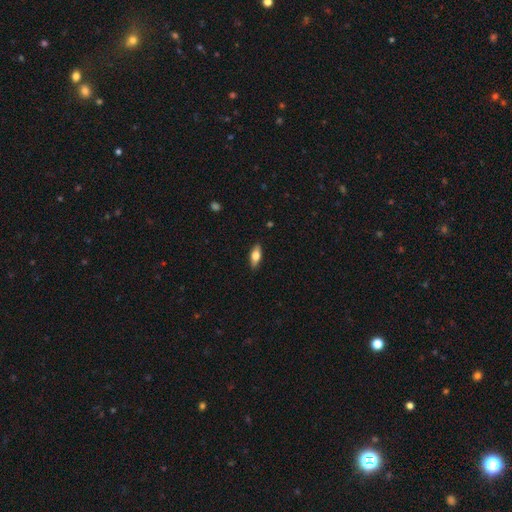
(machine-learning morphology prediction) smooth-or-featured: smooth: 69% | featured or disk: 25% | star or artifact: 6%
  how-rounded: in between: 77% | cigar-shaped: 20% | round: 3%
  merging: none: 88% | minor disturbance: 9% | major disturbance: 2% | merger: 1%